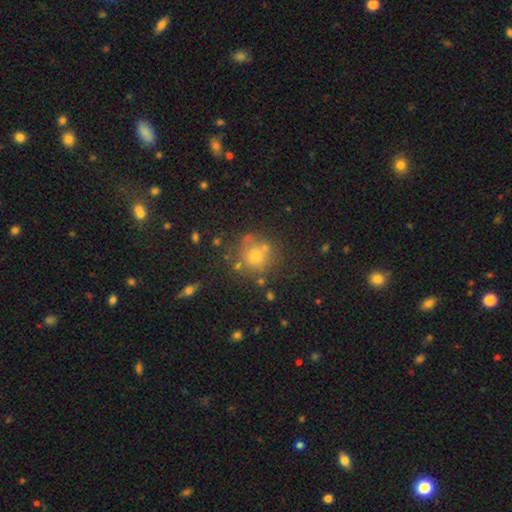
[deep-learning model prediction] Q: Smooth or featured?
A: smooth (66%); runner-up: star or artifact (19%)
Q: How rounded?
A: round (88%); runner-up: in between (11%)
Q: Merging?
A: none (68%); runner-up: minor disturbance (15%)